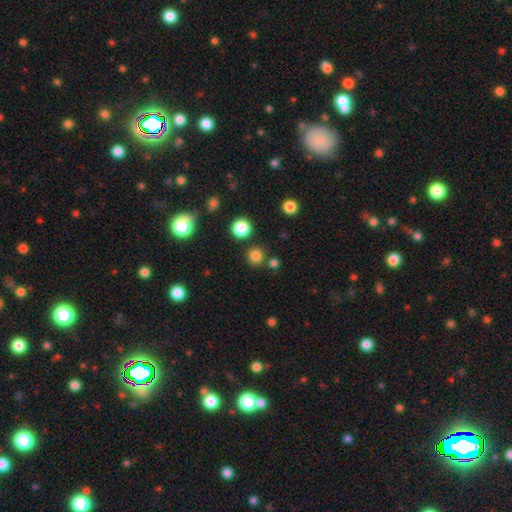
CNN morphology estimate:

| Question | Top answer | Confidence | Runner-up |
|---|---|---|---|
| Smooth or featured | smooth | 80% | star or artifact (15%) |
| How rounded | round | 93% | in between (6%) |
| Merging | none | 84% | merger (7%) |